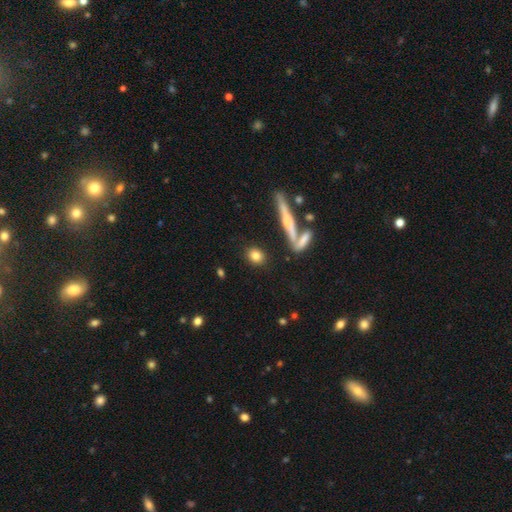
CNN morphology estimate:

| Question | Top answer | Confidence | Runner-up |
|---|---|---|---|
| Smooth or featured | smooth | 80% | featured or disk (12%) |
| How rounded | round | 56% | in between (36%) |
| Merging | none | 82% | minor disturbance (8%) |